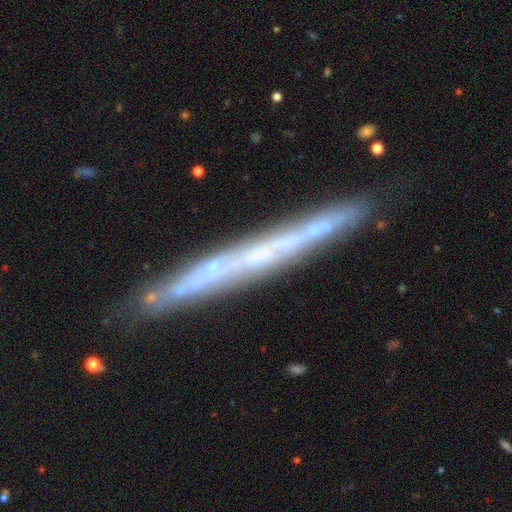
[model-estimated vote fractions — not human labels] Overall: featured or disk (72%). Edge-on disk: yes (91%). Edge-on bulge: none (85%). Merging: none (84%).